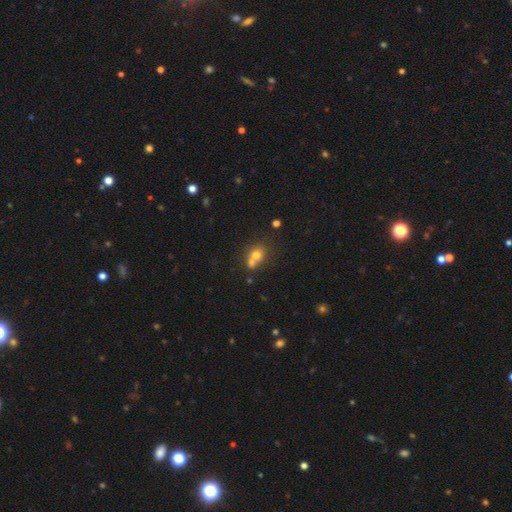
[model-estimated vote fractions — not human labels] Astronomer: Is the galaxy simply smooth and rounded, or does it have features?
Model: smooth — 67%.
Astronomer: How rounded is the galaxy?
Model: round — 69%.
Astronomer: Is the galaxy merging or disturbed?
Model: merger — 54% (runner-up: none, 35%).